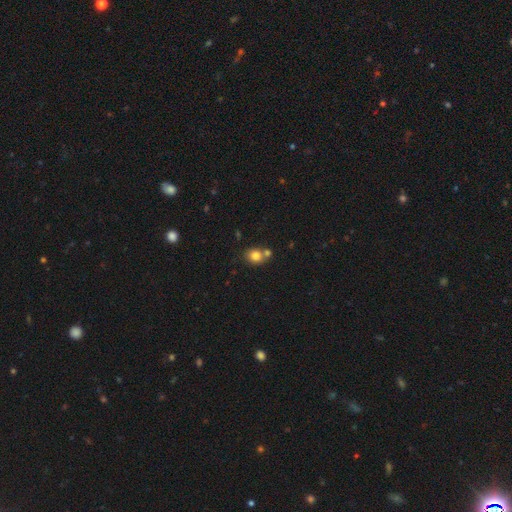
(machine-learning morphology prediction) smooth_or_featured: smooth (p=0.80) [alt: star or artifact p=0.11]
how_rounded: round (p=0.66) [alt: in between p=0.33]
merging: none (p=0.56) [alt: merger p=0.30]